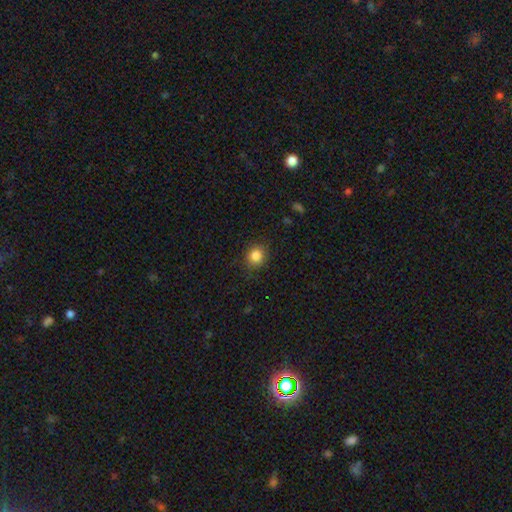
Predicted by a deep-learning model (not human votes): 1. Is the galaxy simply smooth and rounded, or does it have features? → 85% smooth, 11% star or artifact, 4% featured or disk.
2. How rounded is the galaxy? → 85% round, 14% in between, 1% cigar-shaped.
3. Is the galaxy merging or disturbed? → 87% none, 10% minor disturbance, 3% major disturbance, 1% merger.